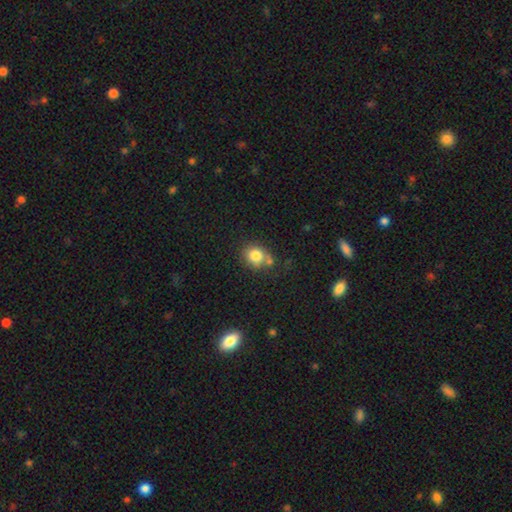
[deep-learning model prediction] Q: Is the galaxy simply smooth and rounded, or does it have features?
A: smooth — 80%.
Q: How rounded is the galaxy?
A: round — 72%.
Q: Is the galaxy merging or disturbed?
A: none — 58%.